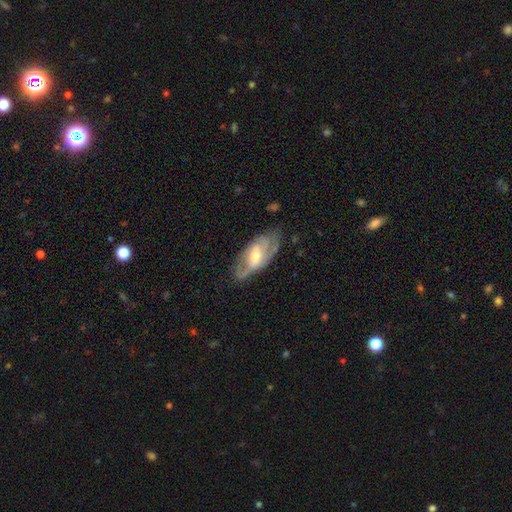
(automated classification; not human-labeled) Overall: featured or disk (71%). Edge-on disk: no (89%). Bar: weak (45%; no 30%). Spiral arms: yes (81%). Spiral arm count: 2 (57%; can't tell 26%). Spiral winding: medium (44%; tight 35%). Bulge size: moderate (54%; small 35%). Merging: none (61%; minor disturbance 25%).